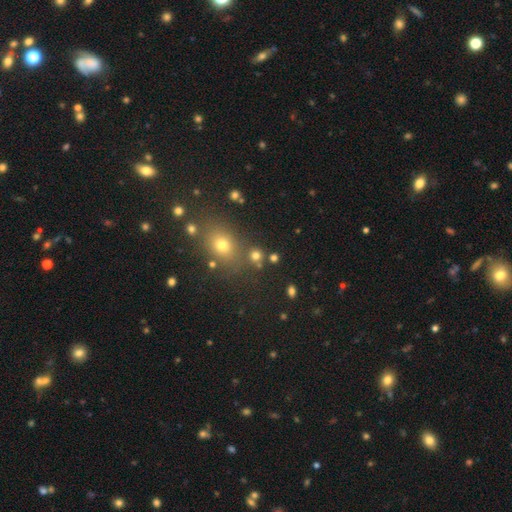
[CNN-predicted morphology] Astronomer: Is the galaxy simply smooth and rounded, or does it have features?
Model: smooth — 72%.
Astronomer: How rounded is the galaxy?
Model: round — 82%.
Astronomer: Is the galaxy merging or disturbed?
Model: none — 74%.